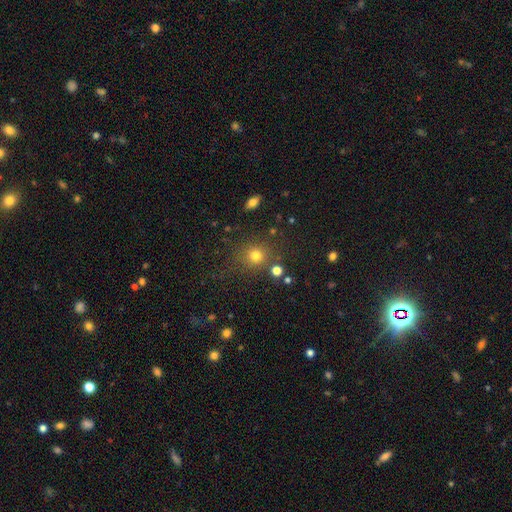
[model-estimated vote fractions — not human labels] Smooth or featured? Predicted: smooth (p=0.76). How rounded? Predicted: round (p=0.86). Merging? Predicted: none (p=0.78).